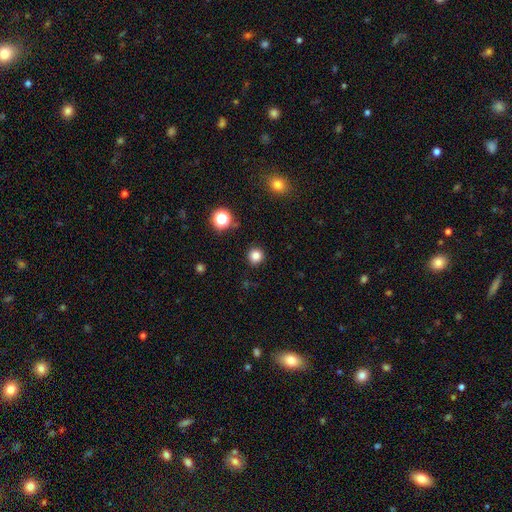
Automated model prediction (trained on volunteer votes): smooth-or-featured: smooth: 83% | star or artifact: 14% | featured or disk: 4%
  how-rounded: round: 94% | in between: 5% | cigar-shaped: 1%
  merging: none: 92% | minor disturbance: 5% | major disturbance: 2% | merger: 1%